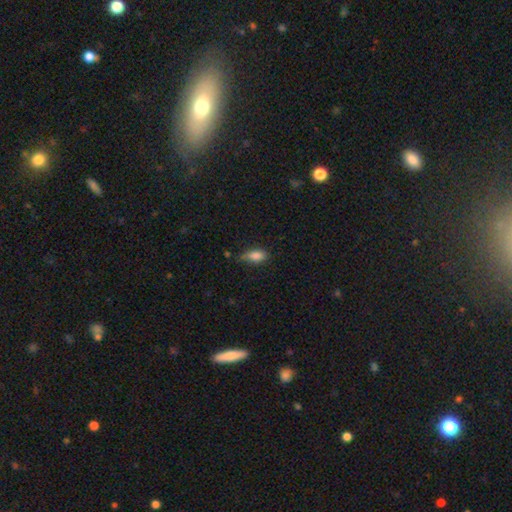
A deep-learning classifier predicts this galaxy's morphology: smooth-or-featured: smooth: 85% | star or artifact: 8% | featured or disk: 7%
  how-rounded: in between: 84% | cigar-shaped: 12% | round: 4%
  merging: none: 53% | minor disturbance: 36% | major disturbance: 8% | merger: 3%